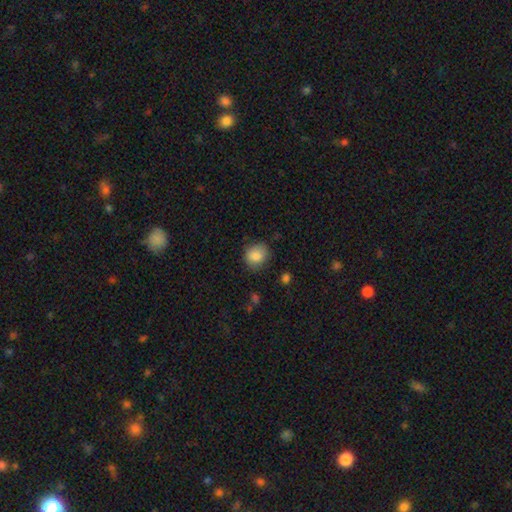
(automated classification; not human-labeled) This is clearly a smooth galaxy (86%). How rounded: likely round (76%). Merging: likely none (78%).